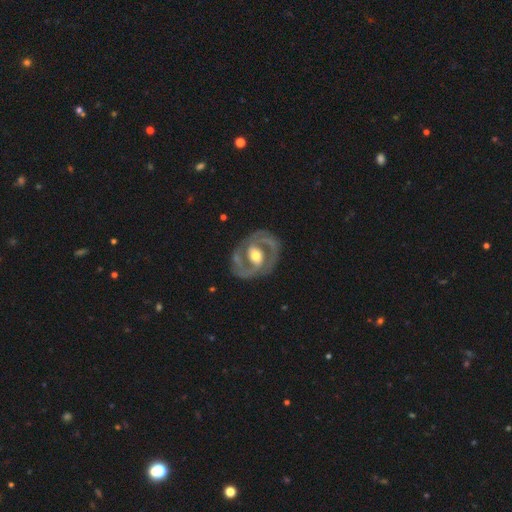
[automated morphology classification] Smooth or featured: featured or disk — 88% (smooth — 8%)
Edge-on disk: no — 97% (yes — 3%)
Bar: weak — 37% (no — 33%)
Spiral arms: yes — 92% (no — 8%)
Spiral winding: medium — 52% (tight — 36%)
Spiral arm count: 2 — 89% (can't tell — 4%)
Bulge size: moderate — 72% (large — 13%)
Merging: none — 80% (minor disturbance — 13%)